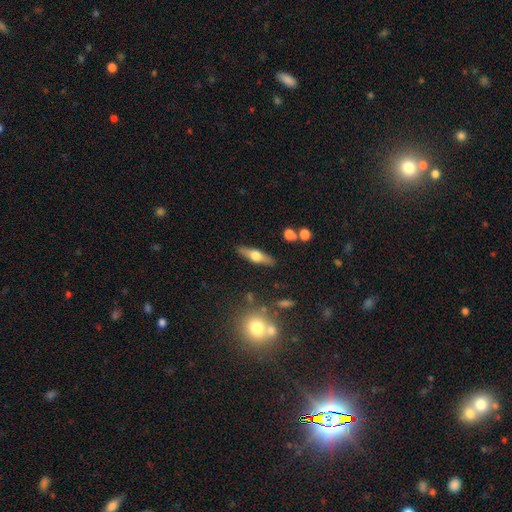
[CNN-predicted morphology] Smooth or featured? Predicted: featured or disk (p=0.53). Edge-on disk? Predicted: yes (p=0.91). Merging? Predicted: none (p=0.85).